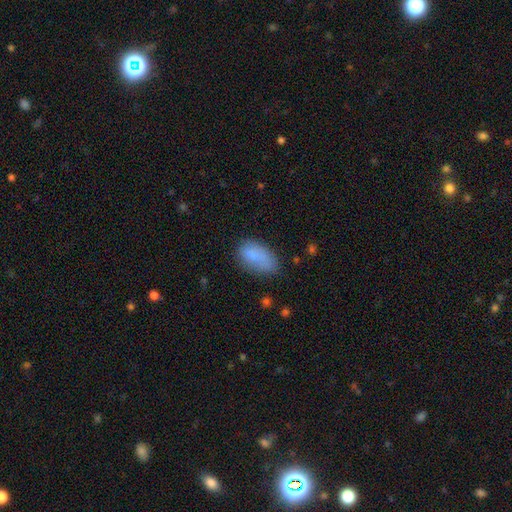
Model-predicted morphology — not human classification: Smooth or featured: smooth — 81% (featured or disk — 11%)
How rounded: in between — 93% (round — 5%)
Merging: none — 58% (minor disturbance — 28%)